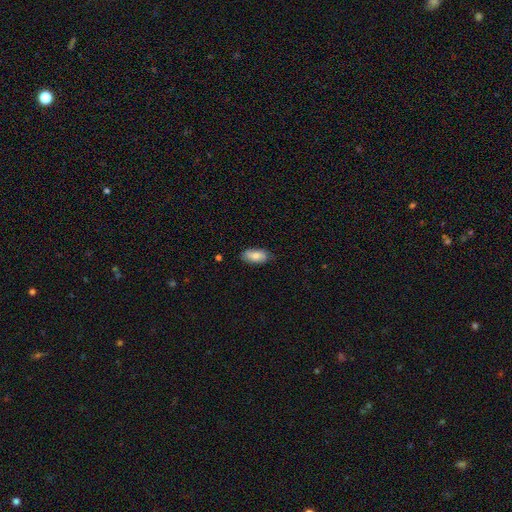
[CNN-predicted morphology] Smooth or featured? Predicted: smooth (p=0.77). How rounded? Predicted: in between (p=0.90). Merging? Predicted: none (p=0.78).